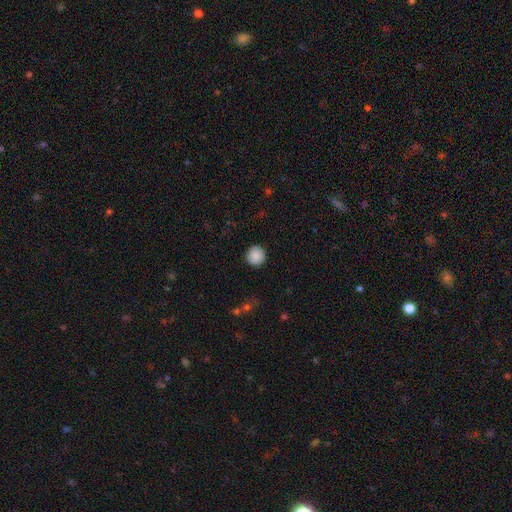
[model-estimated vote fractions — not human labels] Overall: smooth (88%). How rounded: round (95%). Merging: none (91%).